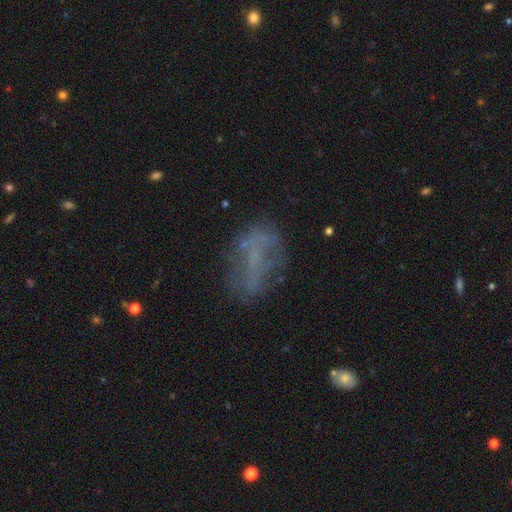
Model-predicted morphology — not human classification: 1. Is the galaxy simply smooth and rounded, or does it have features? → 45% featured or disk, 35% smooth, 20% star or artifact.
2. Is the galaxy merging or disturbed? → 60% none, 20% minor disturbance, 16% major disturbance, 3% merger.